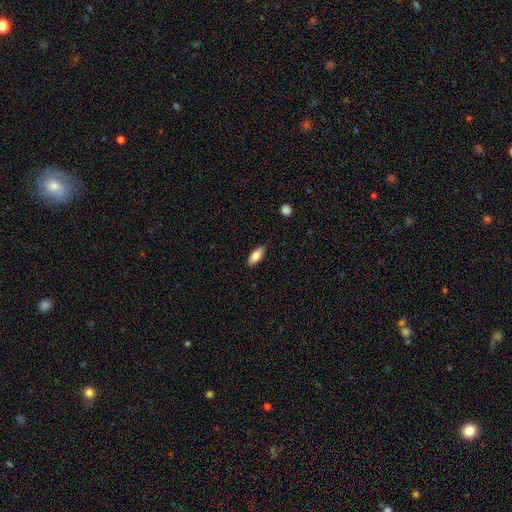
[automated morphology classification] This is clearly a smooth galaxy (81%). How rounded: clearly in between (83%). Merging: clearly none (84%).